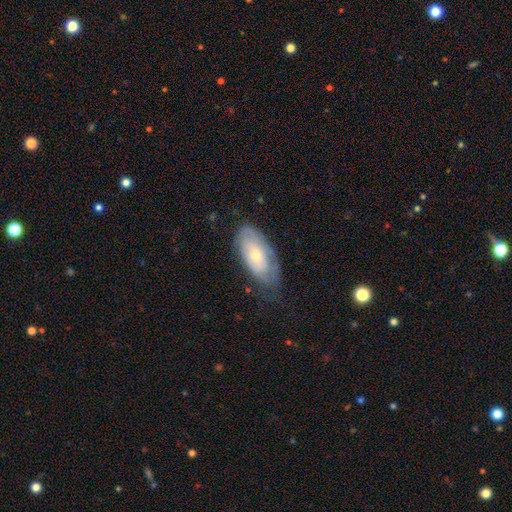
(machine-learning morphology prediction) Smooth or featured? smooth (50%)
How rounded? in between (92%)
Merging? none (54%)